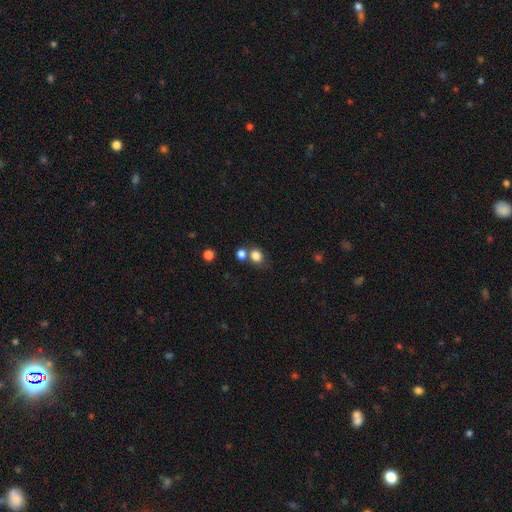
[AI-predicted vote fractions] The model was most divided on "how rounded": round: 65%, in between: 34%, cigar-shaped: 1%. More confident: smooth or featured — smooth (82%); merging — none (57%).